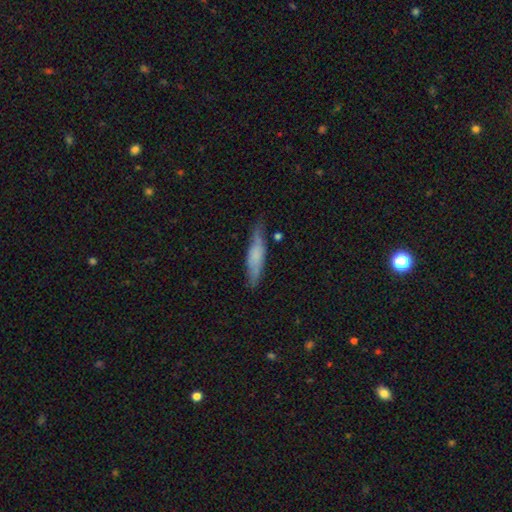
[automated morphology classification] Smooth or featured? Predicted: smooth (p=0.61). How rounded? Predicted: cigar-shaped (p=0.80). Merging? Predicted: none (p=0.75).